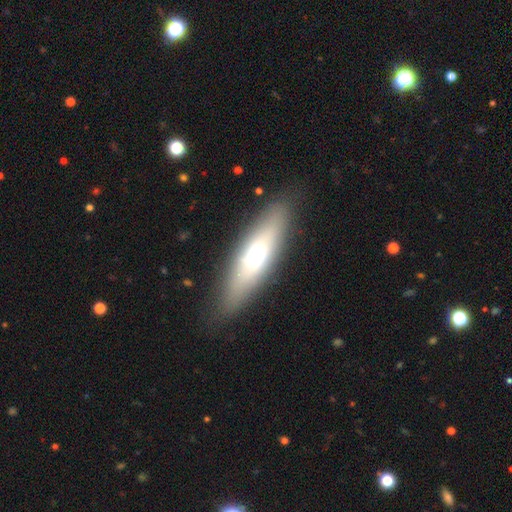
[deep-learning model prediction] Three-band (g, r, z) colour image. It shows a smooth galaxy with no disk features (55%) that is cigar-shaped (55%). Merging: none (86%).